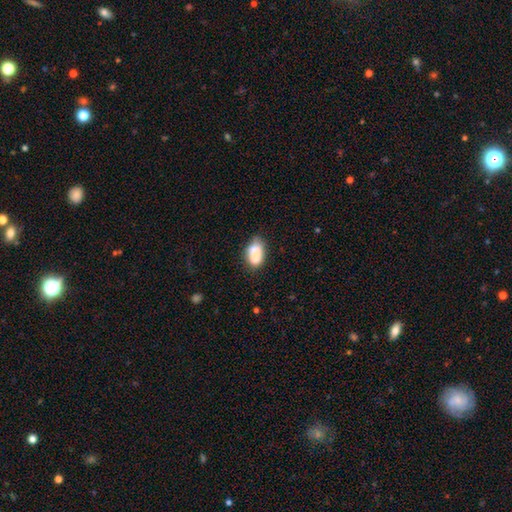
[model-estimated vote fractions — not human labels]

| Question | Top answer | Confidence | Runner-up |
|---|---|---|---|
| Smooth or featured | smooth | 80% | featured or disk (12%) |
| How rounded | in between | 90% | round (8%) |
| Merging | none | 56% | minor disturbance (24%) |